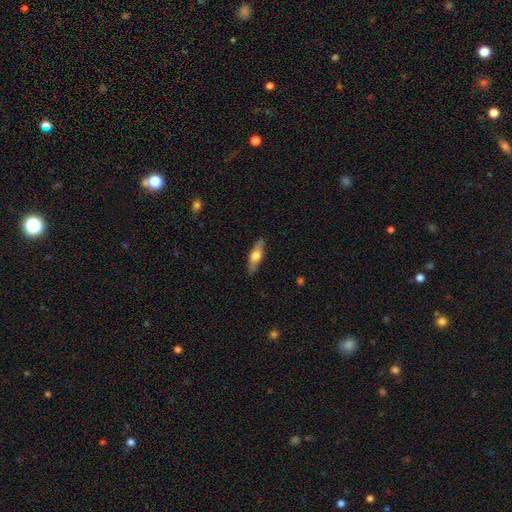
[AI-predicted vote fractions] The model was most divided on "how rounded": cigar-shaped: 55%, in between: 43%, round: 3%. More confident: merging — none (87%); smooth or featured — smooth (54%).